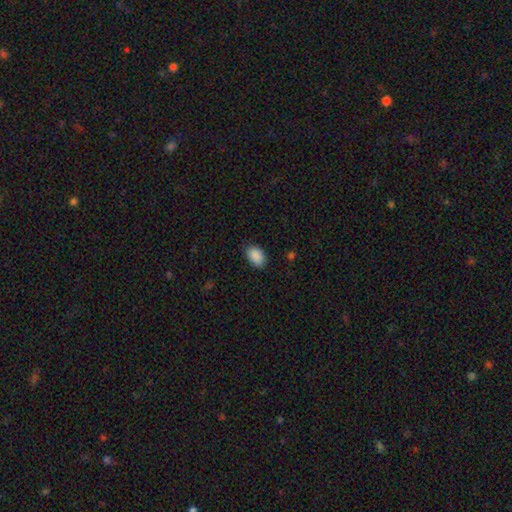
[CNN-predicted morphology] Smooth or featured? Predicted: smooth (p=0.90). How rounded? Predicted: in between (p=0.89). Merging? Predicted: none (p=0.82).